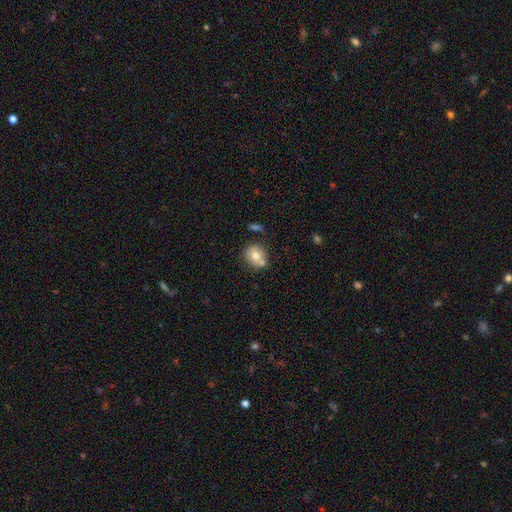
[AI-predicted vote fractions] A smooth galaxy with no disk features (72%) that is round (73%). Merging: none (55%).